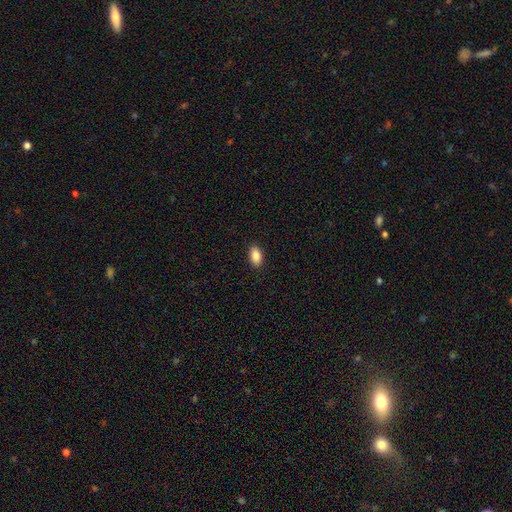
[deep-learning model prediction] Q: Smooth or featured?
A: smooth (88%); runner-up: star or artifact (8%)
Q: How rounded?
A: in between (92%); runner-up: round (5%)
Q: Merging?
A: none (90%); runner-up: minor disturbance (7%)